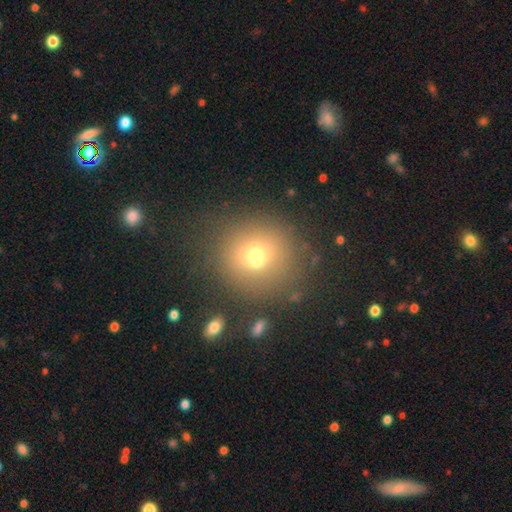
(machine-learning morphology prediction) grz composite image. It shows a smooth galaxy with no disk features (65%) that is round (87%). Merging: none (71%).